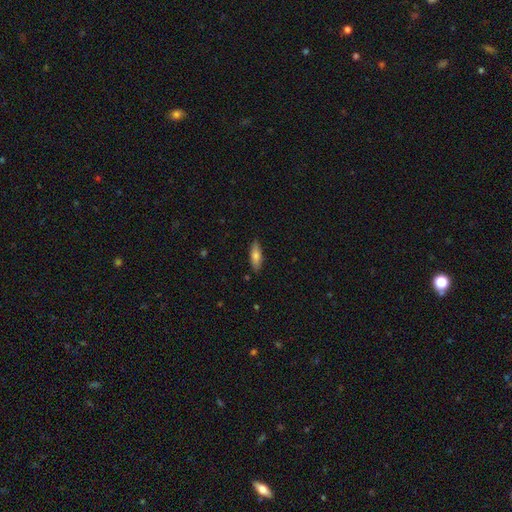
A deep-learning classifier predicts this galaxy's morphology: Smooth or featured? smooth (71%)
How rounded? in between (50%)
Merging? none (87%)